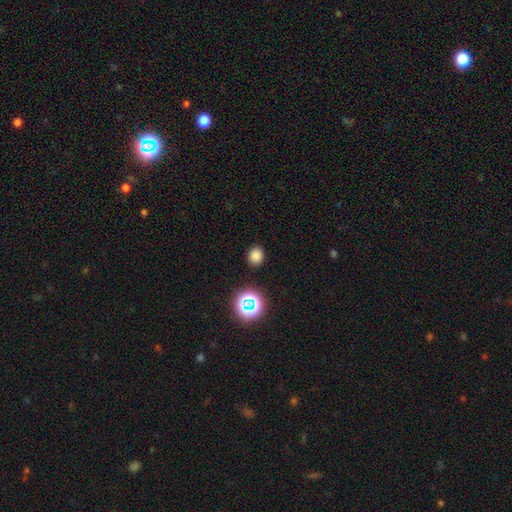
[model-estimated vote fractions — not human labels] smooth-or-featured: smooth: 78% | star or artifact: 17% | featured or disk: 5%
  how-rounded: round: 59% | in between: 40% | cigar-shaped: 1%
  merging: none: 88% | minor disturbance: 8% | major disturbance: 3% | merger: 2%